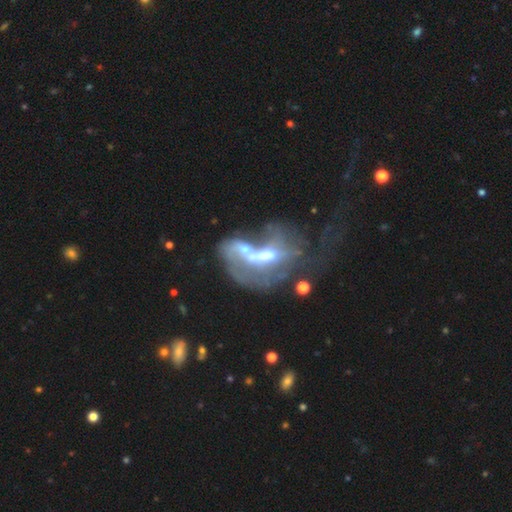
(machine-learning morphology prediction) Smooth or featured?
  - featured or disk: 68% *
  - smooth: 20%
  - star or artifact: 12%
Edge-on disk?
  - no: 92% *
  - yes: 8%
Bar?
  - no: 54% *
  - weak: 29%
  - strong: 18%
Spiral arms?
  - no: 61% *
  - yes: 39%
Bulge size?
  - moderate: 54% *
  - small: 26%
  - none: 10%
  - large: 9%
  - dominant: 2%
Merging?
  - merger: 54% *
  - major disturbance: 27%
  - none: 12%
  - minor disturbance: 7%